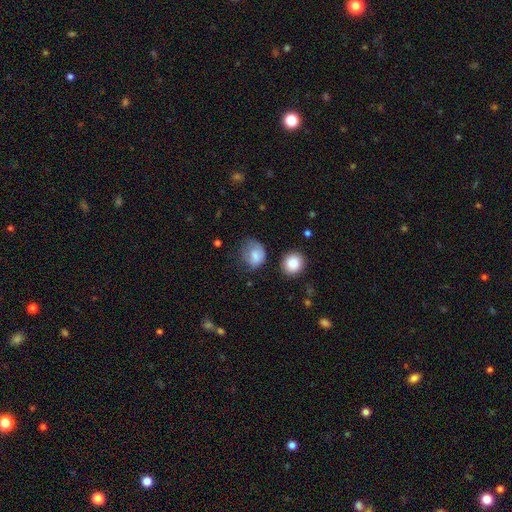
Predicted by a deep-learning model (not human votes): Overall: smooth (76%). How rounded: round (57%; in between 42%). Merging: none (42%; minor disturbance 34%).